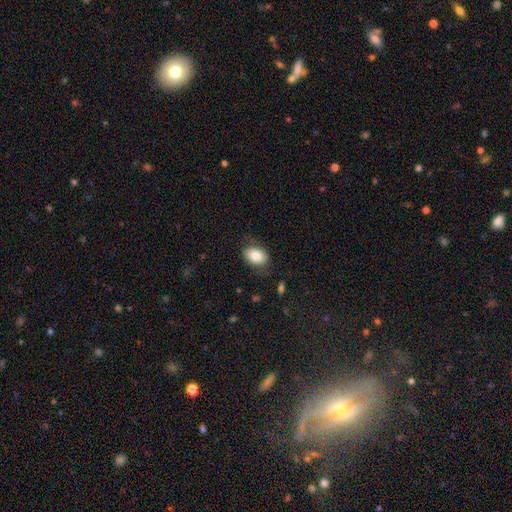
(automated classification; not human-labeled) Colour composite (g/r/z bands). It shows a smooth galaxy with no disk features (83%) that is in between round and cigar-shaped (80%). Merging: none (78%).